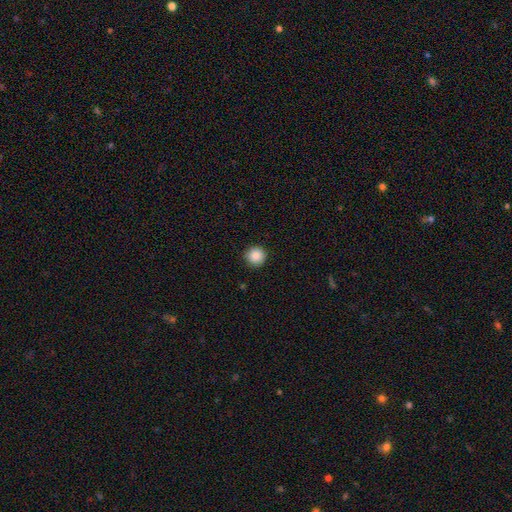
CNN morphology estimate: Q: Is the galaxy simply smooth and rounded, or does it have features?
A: smooth — 87%.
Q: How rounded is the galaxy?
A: round — 96%.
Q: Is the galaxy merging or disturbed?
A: none — 92%.